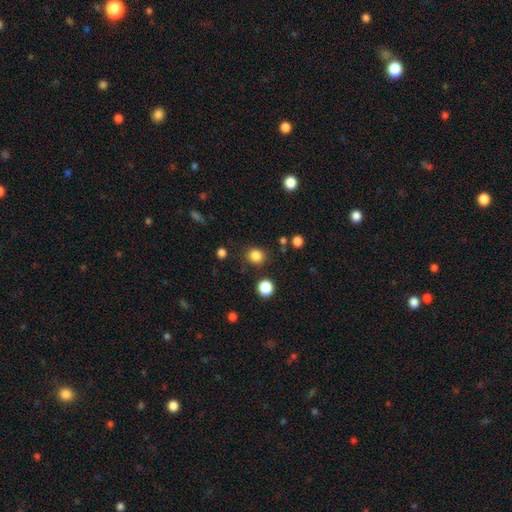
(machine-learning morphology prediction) Smooth or featured? smooth (84%)
How rounded? round (84%)
Merging? none (85%)